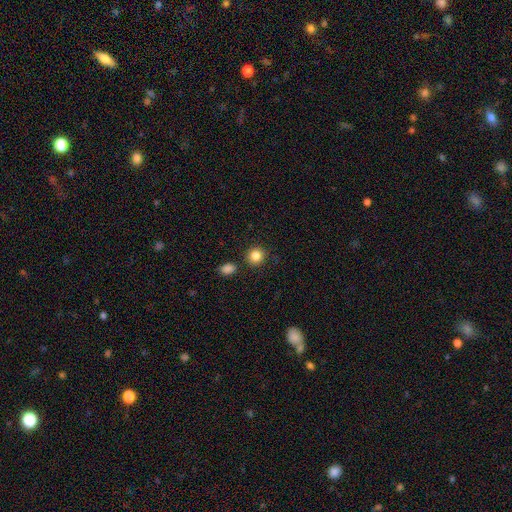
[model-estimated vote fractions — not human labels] Smooth or featured? smooth (85%)
How rounded? round (89%)
Merging? none (85%)